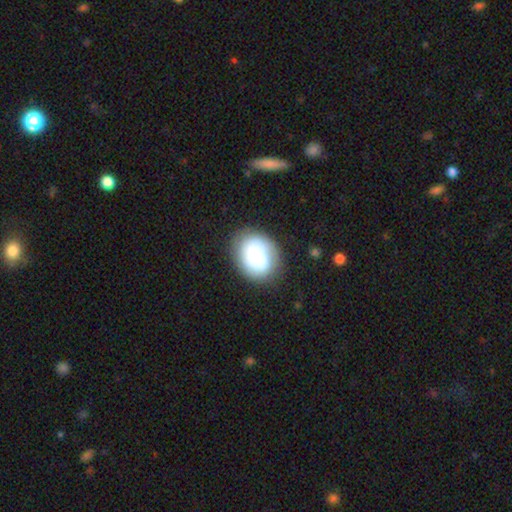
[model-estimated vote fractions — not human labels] Overall: smooth (63%; featured or disk 29%). How rounded: round (53%; in between 46%). Merging: none (77%).